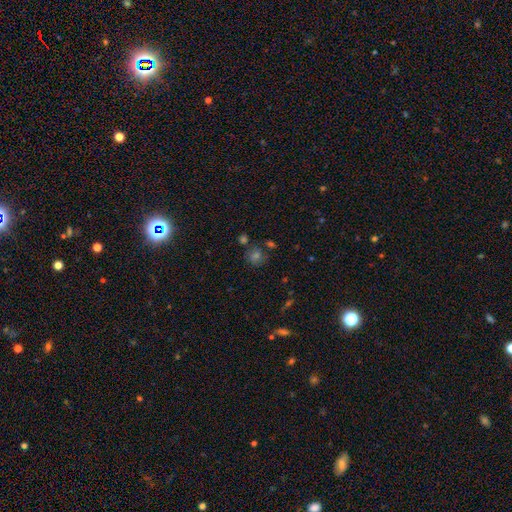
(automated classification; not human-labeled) Smooth or featured: smooth — 49% (star or artifact — 37%)
Merging: none — 75% (minor disturbance — 11%)